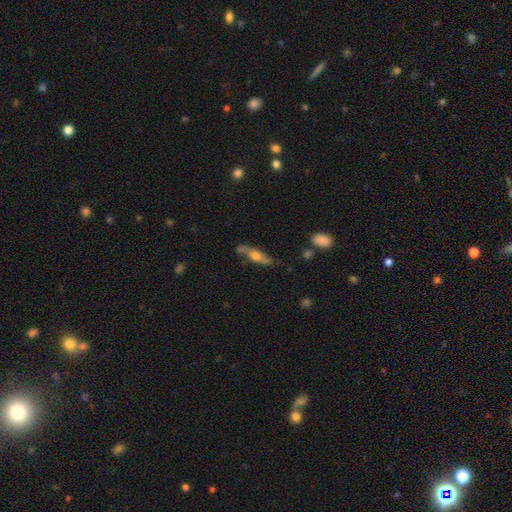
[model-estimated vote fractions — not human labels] The model was most divided on "smooth or featured": featured or disk: 51%, smooth: 42%, star or artifact: 7%. More confident: edge-on disk — yes (62%); merging — none (62%).